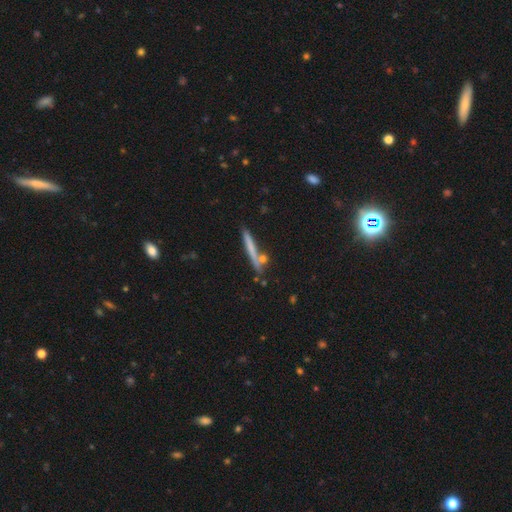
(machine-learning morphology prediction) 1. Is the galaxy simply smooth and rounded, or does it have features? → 59% smooth, 33% featured or disk, 8% star or artifact.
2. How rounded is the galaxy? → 94% cigar-shaped, 4% in between, 3% round.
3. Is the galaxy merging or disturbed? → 75% none, 12% minor disturbance, 10% merger, 3% major disturbance.